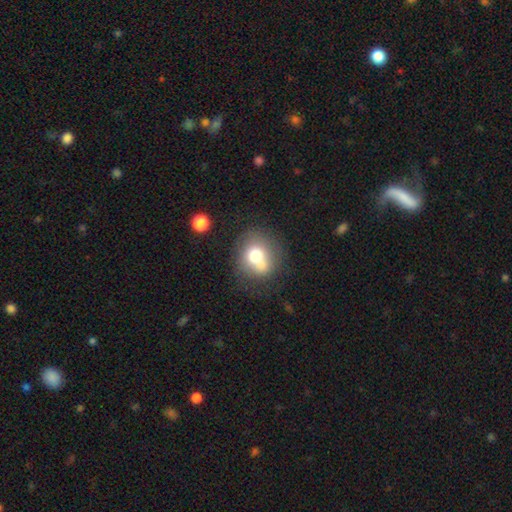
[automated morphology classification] Smooth or featured? Predicted: smooth (p=0.69). How rounded? Predicted: round (p=0.75). Merging? Predicted: none (p=0.46).